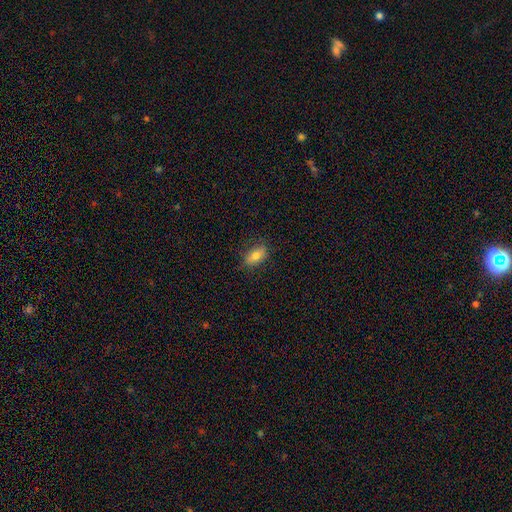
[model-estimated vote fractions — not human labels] smooth_or_featured: smooth (p=0.77) [alt: featured or disk p=0.15]
how_rounded: in between (p=0.85) [alt: round p=0.09]
merging: none (p=0.81) [alt: minor disturbance p=0.15]